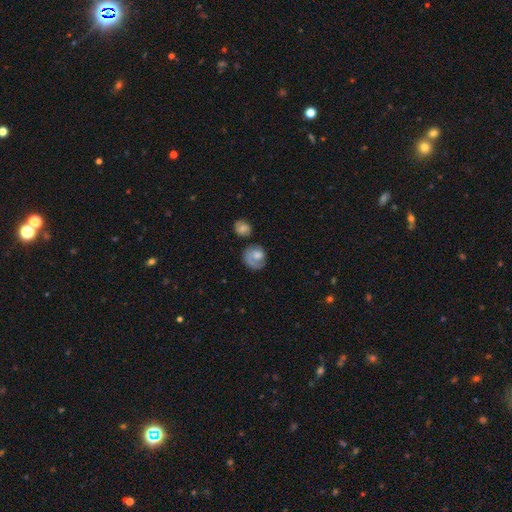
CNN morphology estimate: The model was most divided on "smooth or featured": smooth: 51%, featured or disk: 42%, star or artifact: 7%. More confident: how rounded — round (73%); merging — none (51%).